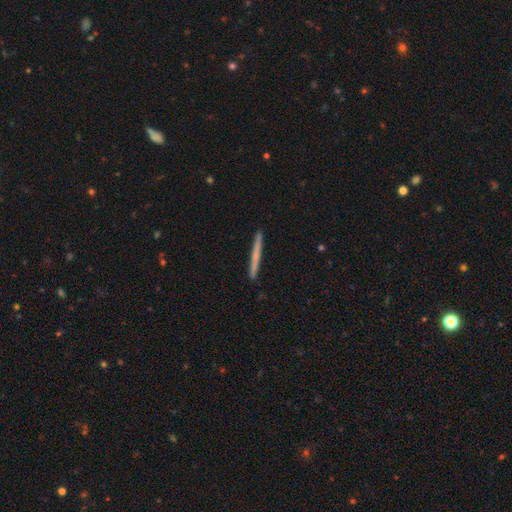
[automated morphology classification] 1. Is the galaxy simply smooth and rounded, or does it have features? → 60% smooth, 35% featured or disk, 5% star or artifact.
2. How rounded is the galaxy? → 97% cigar-shaped, 1% in between, 1% round.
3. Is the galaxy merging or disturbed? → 93% none, 5% minor disturbance, 1% major disturbance, 1% merger.